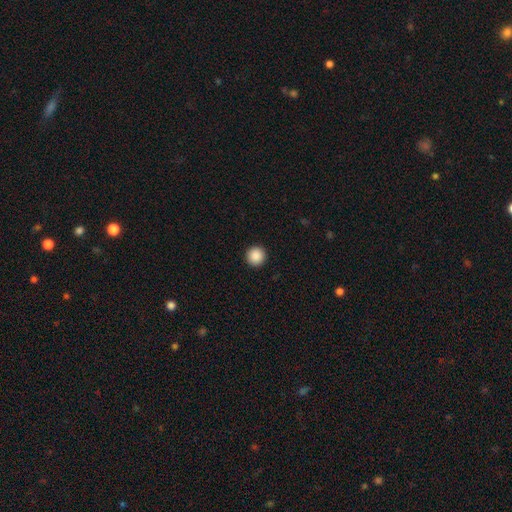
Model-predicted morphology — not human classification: type=smooth (89%); roundness=round (96%); merging=none (94%).